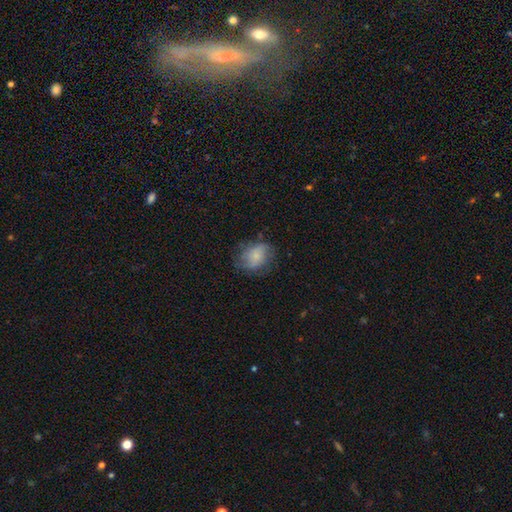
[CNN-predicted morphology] smooth 66%, featured or disk 24%, star or artifact 10%. Down the decision tree: how rounded — in between (54%); merging — none (61%).